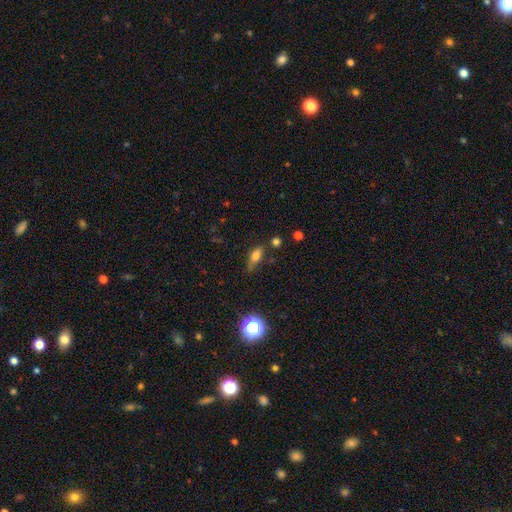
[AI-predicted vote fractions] smooth-or-featured: smooth: 64% | featured or disk: 23% | star or artifact: 13%
  how-rounded: in between: 65% | cigar-shaped: 28% | round: 7%
  merging: none: 57% | minor disturbance: 28% | major disturbance: 9% | merger: 6%